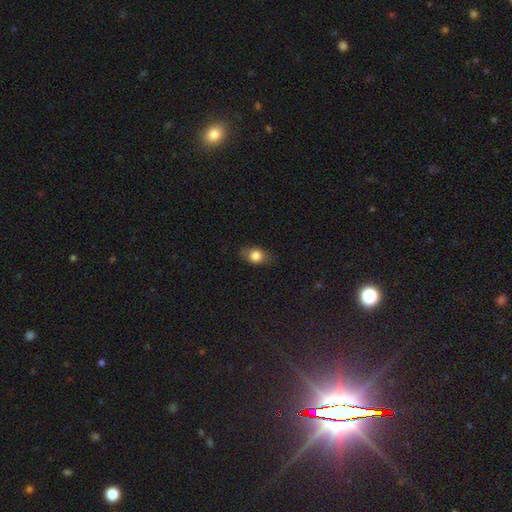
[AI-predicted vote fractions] Overall: smooth (78%). How rounded: in between (69%). Merging: none (79%).